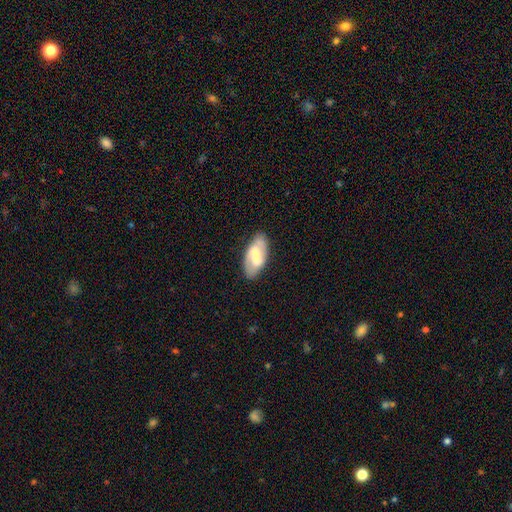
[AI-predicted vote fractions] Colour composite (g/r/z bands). It shows a featured or disk galaxy (62%) with a strong bar (50%), spiral arms (67%) and a moderate central bulge (41%). Merging: none (80%).